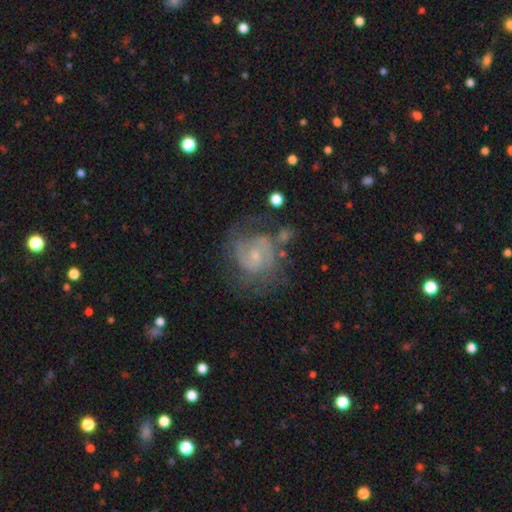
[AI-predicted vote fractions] A featured or disk galaxy (80%) with no bar (54%), 2 (64%) tight (44%) spiral arms (92%) and a small central bulge (64%). Merging: none (60%).